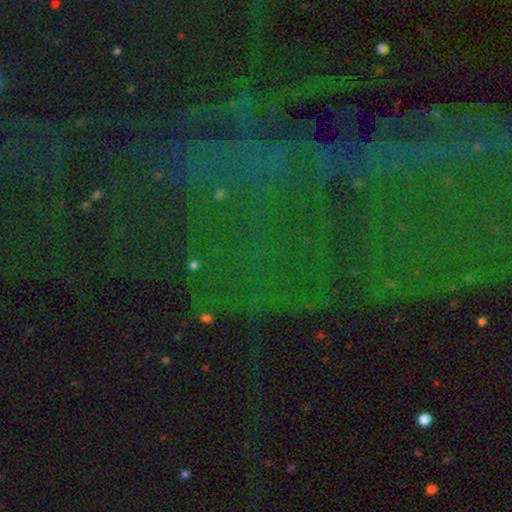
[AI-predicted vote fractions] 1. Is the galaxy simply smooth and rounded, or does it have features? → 81% star or artifact, 9% featured or disk, 9% smooth.